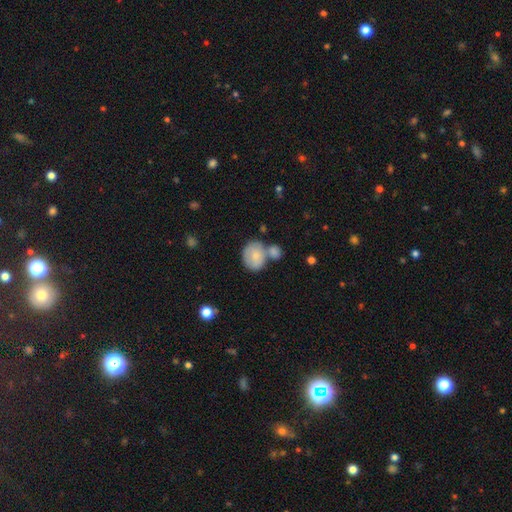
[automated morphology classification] Overall: smooth (73%). How rounded: round (58%; in between 41%). Merging: merger (42%; none 38%).